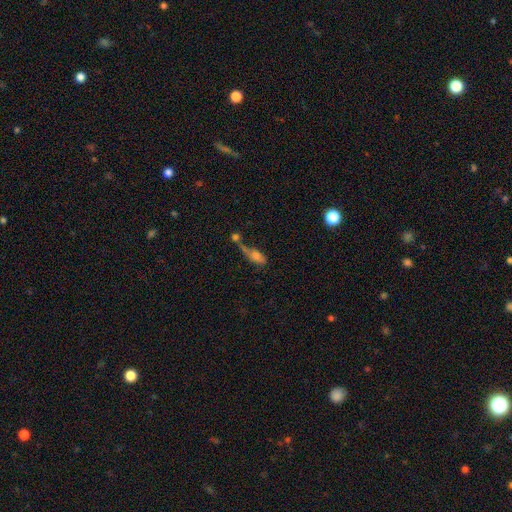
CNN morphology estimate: A smooth galaxy with no disk features (60%) that is in between round and cigar-shaped (68%). Merging: merger (44%).